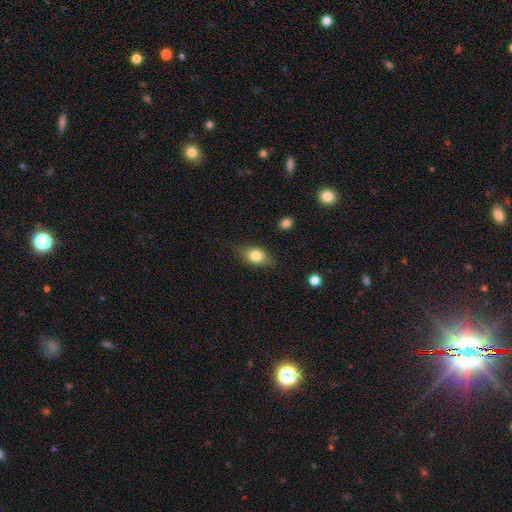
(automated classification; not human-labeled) Morphology: type=smooth (78%); roundness=in between (77%); merging=none (78%).